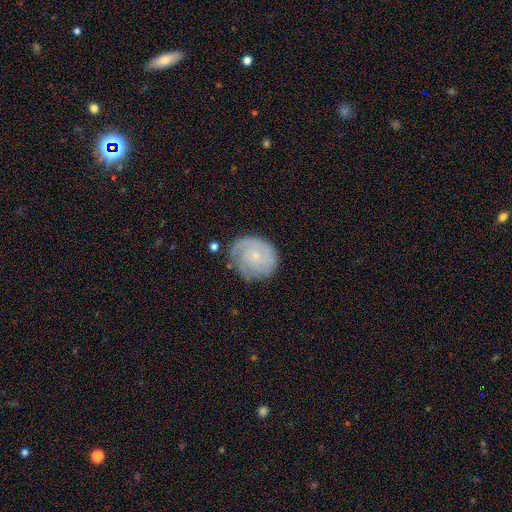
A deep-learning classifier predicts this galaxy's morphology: A featured or disk galaxy (65%) with no bar (81%), tight (68%) spiral arms (89%) and a small central bulge (76%). Merging: none (67%).